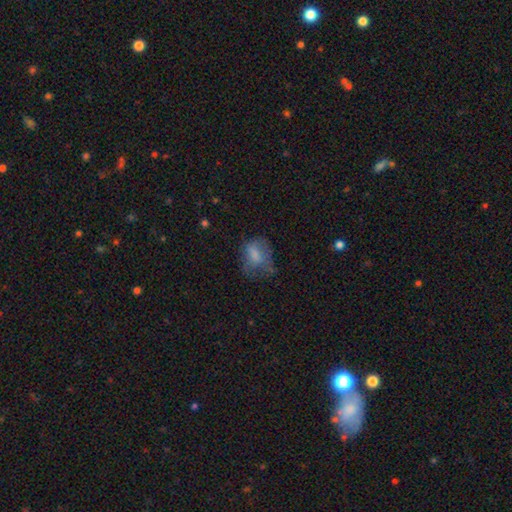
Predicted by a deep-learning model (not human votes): smooth_or_featured: smooth (p=0.64) [alt: featured or disk p=0.25]
how_rounded: in between (p=0.70) [alt: round p=0.28]
merging: major disturbance (p=0.35) [alt: none p=0.34]